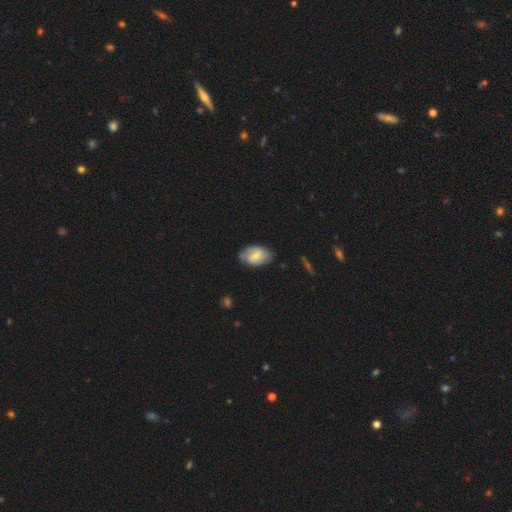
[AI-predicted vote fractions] The model was most divided on "smooth or featured": smooth: 52%, featured or disk: 42%, star or artifact: 7%. More confident: how rounded — in between (90%); merging — none (74%).